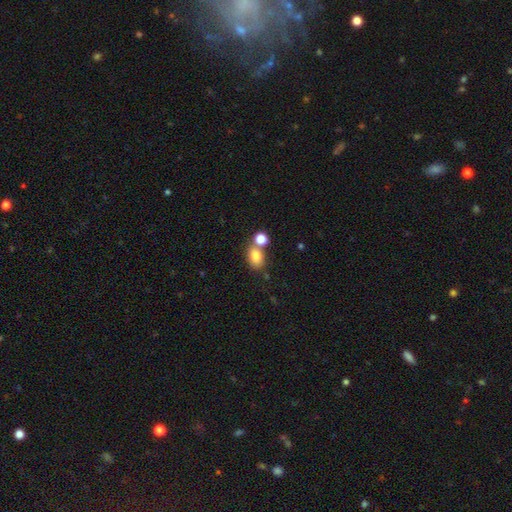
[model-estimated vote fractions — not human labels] Morphology: type=smooth (81%); roundness=in between (71%); merging=none (53%).